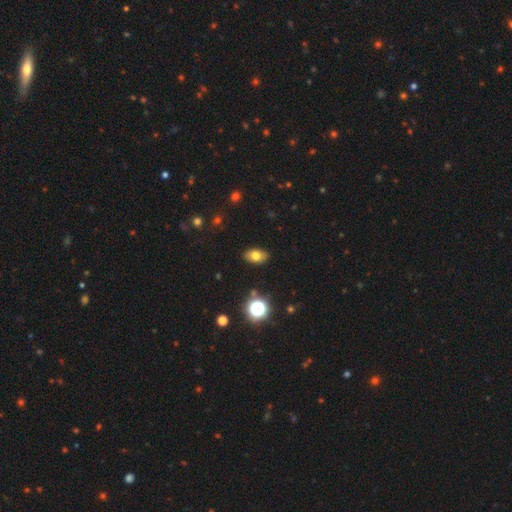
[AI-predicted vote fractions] smooth_or_featured: smooth (p=0.74) [alt: featured or disk p=0.14]
how_rounded: in between (p=0.88) [alt: round p=0.10]
merging: none (p=0.87) [alt: minor disturbance p=0.09]